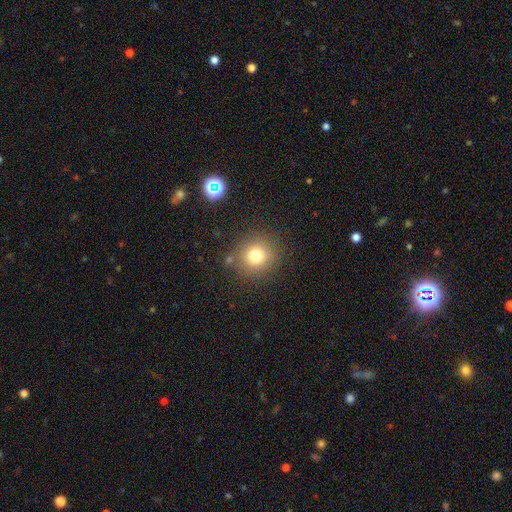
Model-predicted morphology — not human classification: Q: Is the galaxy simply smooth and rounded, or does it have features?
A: smooth — 76%.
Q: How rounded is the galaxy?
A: round — 91%.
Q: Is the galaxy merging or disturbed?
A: none — 85%.